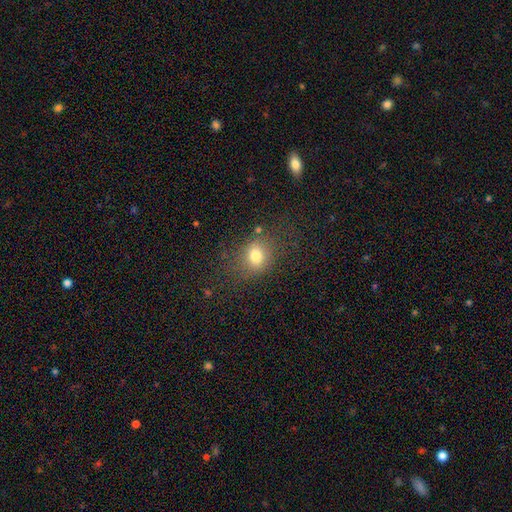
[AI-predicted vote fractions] A smooth galaxy with no disk features (76%) that is round (53%). Merging: none (69%).